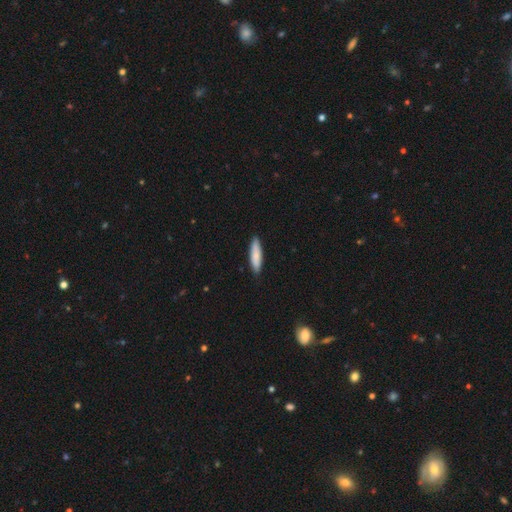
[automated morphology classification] The model was most divided on "how rounded": cigar-shaped: 69%, in between: 30%, round: 2%. More confident: merging — none (88%); smooth or featured — smooth (81%).